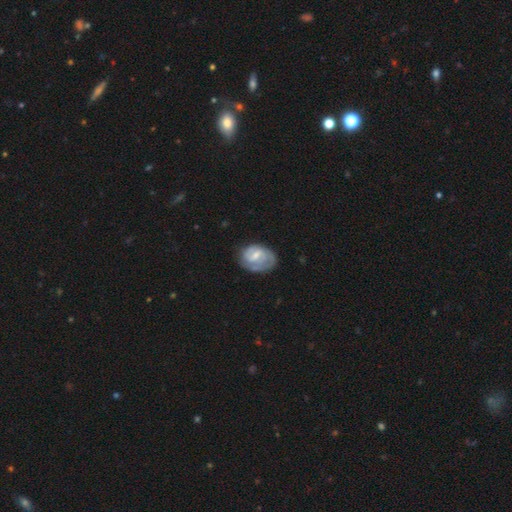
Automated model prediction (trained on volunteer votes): Smooth or featured? featured or disk (61%)
Edge-on disk? no (97%)
Bar? weak (56%)
Spiral arms? yes (80%)
Bulge size? small (47%)
Merging? none (56%)